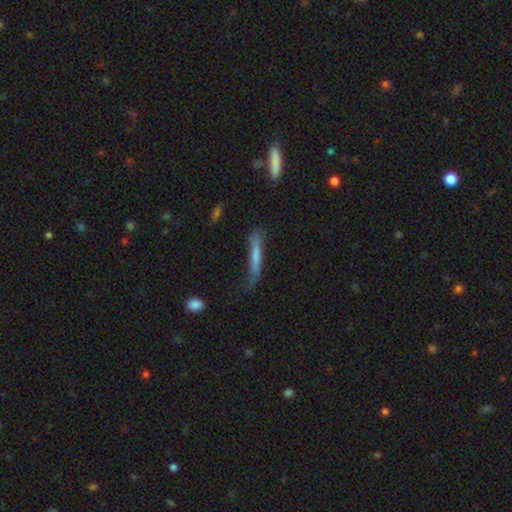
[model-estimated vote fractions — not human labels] A smooth galaxy with no disk features (68%) that is cigar-shaped (94%). Merging: none (57%).